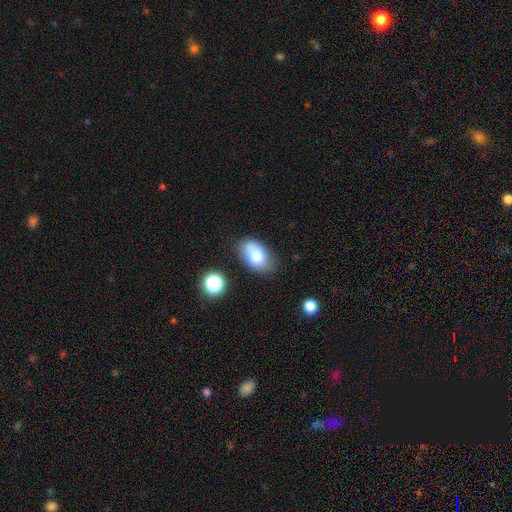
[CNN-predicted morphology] Q: Smooth or featured?
A: smooth (76%); runner-up: featured or disk (15%)
Q: How rounded?
A: in between (90%); runner-up: round (9%)
Q: Merging?
A: none (71%); runner-up: minor disturbance (19%)